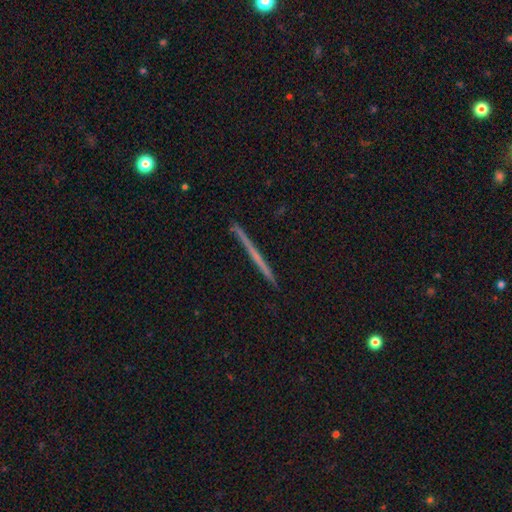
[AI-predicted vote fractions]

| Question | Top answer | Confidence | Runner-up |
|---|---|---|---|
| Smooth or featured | featured or disk | 56% | smooth (38%) |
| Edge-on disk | yes | 98% | no (2%) |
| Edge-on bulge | none | 89% | rounded (7%) |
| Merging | none | 91% | minor disturbance (6%) |